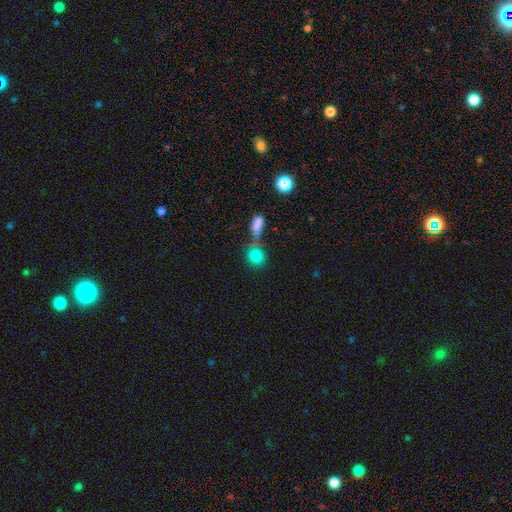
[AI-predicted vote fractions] smooth 79%, star or artifact 14%, featured or disk 6%. Down the decision tree: how rounded — round (78%); merging — none (60%).